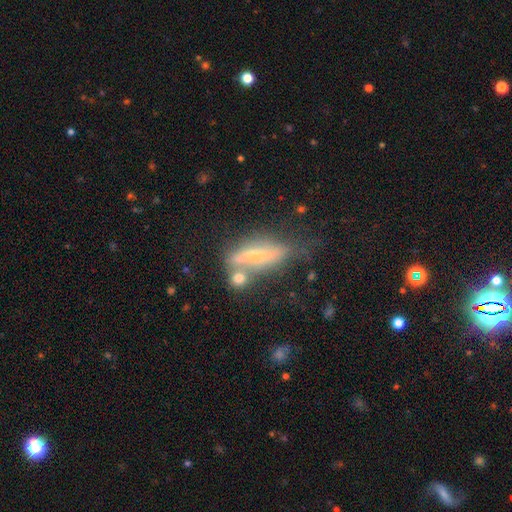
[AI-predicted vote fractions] Overall: featured or disk (53%; smooth 37%). Edge-on disk: yes (63%; no 37%). Merging: none (40%; merger 25%).